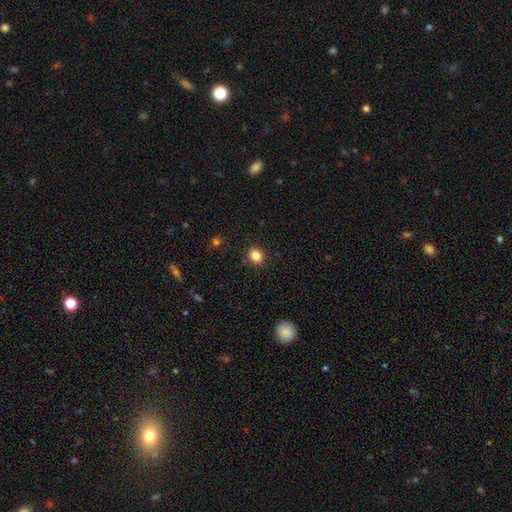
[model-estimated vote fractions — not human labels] Smooth or featured: smooth — 84% (star or artifact — 12%)
How rounded: round — 82% (in between — 17%)
Merging: none — 90% (minor disturbance — 7%)